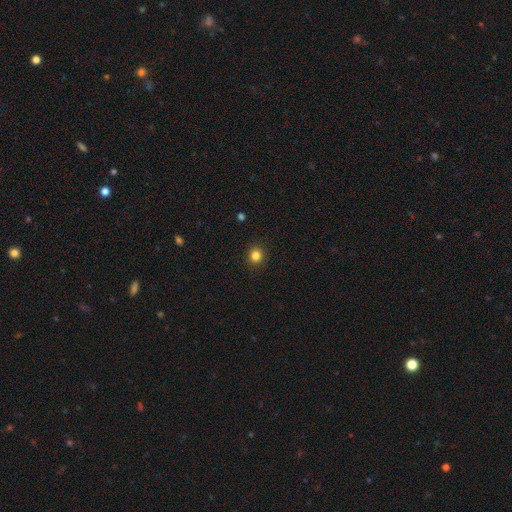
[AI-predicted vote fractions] Smooth or featured: smooth — 83% (star or artifact — 12%)
How rounded: round — 90% (in between — 9%)
Merging: none — 92% (minor disturbance — 5%)